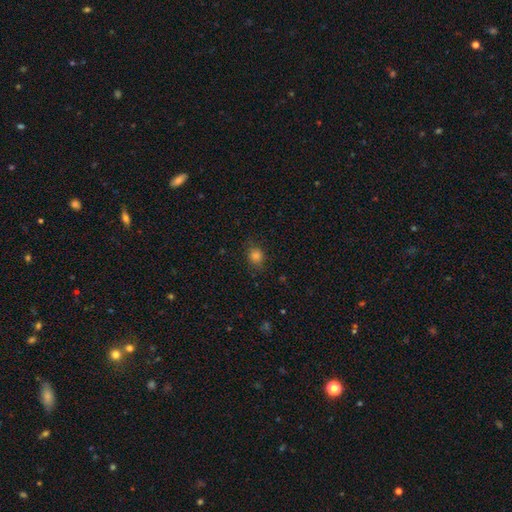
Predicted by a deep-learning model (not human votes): A smooth galaxy with no disk features (78%) that is round (70%). Merging: none (83%).